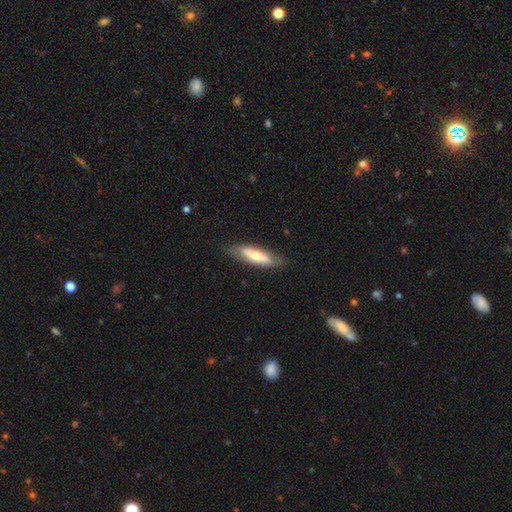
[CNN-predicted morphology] Smooth or featured: smooth — 58% (featured or disk — 37%)
How rounded: cigar-shaped — 61% (in between — 38%)
Merging: none — 82% (minor disturbance — 14%)